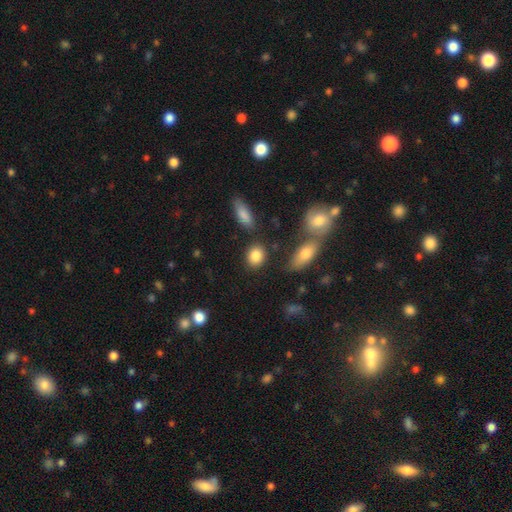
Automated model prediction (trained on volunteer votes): Q: Smooth or featured?
A: smooth (86%); runner-up: star or artifact (7%)
Q: How rounded?
A: in between (49%); tied with: round (49%)
Q: Merging?
A: none (80%); runner-up: minor disturbance (11%)